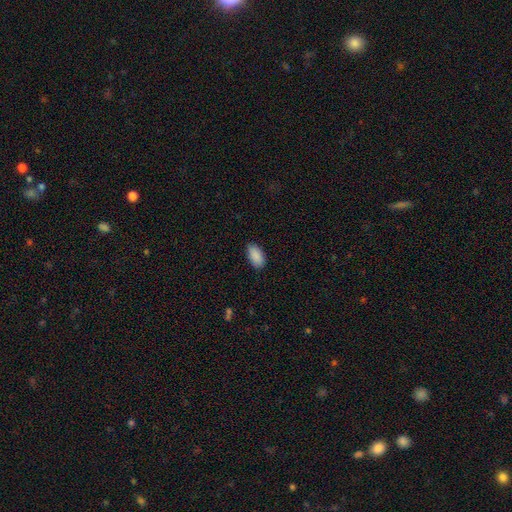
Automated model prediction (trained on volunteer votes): smooth_or_featured: smooth (p=0.90) [alt: star or artifact p=0.07]
how_rounded: in between (p=0.94) [alt: cigar-shaped p=0.03]
merging: none (p=0.83) [alt: minor disturbance p=0.14]